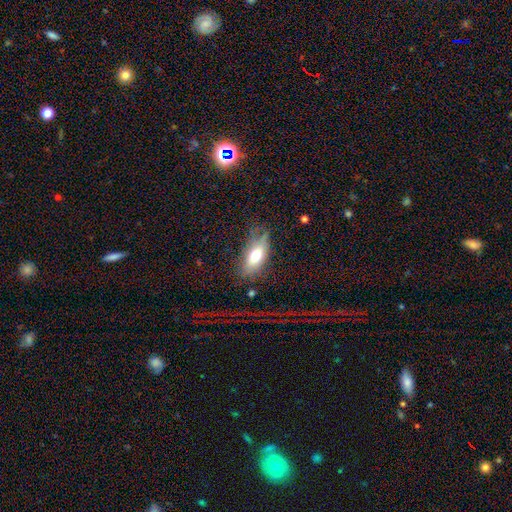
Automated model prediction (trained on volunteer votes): Overall: smooth (66%). How rounded: in between (79%). Merging: none (59%; minor disturbance 24%).